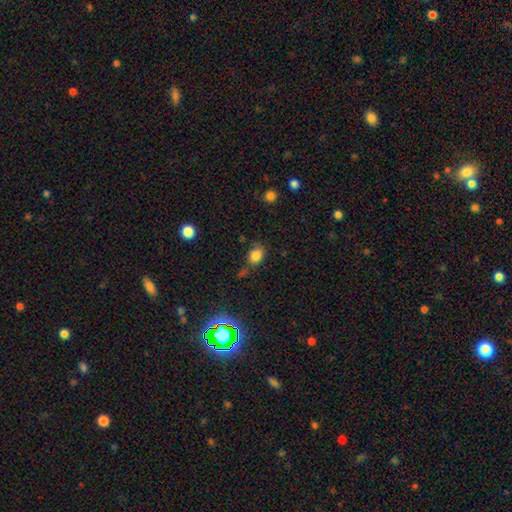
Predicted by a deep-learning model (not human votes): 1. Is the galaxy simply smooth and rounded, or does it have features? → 79% smooth, 14% star or artifact, 6% featured or disk.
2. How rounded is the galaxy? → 61% in between, 38% round, 1% cigar-shaped.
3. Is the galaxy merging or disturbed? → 62% none, 22% minor disturbance, 9% merger, 7% major disturbance.